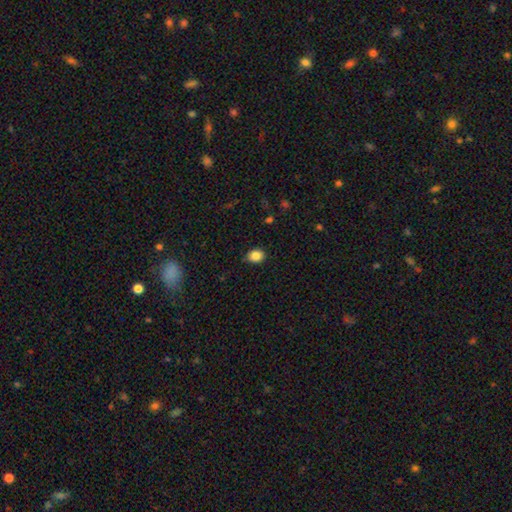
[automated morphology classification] Smooth or featured? Predicted: smooth (p=0.85). How rounded? Predicted: round (p=0.54). Merging? Predicted: none (p=0.86).